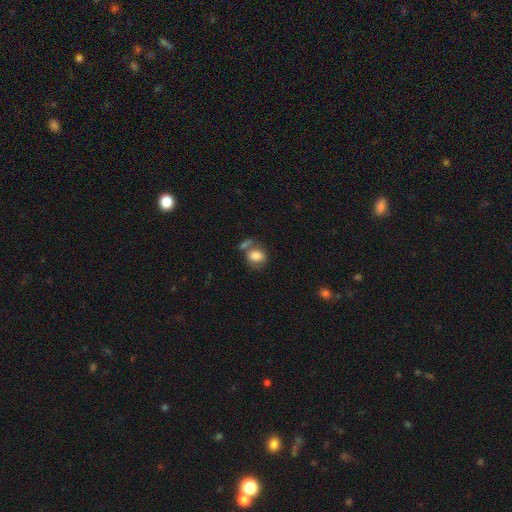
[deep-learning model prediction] A smooth galaxy with no disk features (79%) that is in between round and cigar-shaped (61%).

Vote fractions:
- Smooth or featured? smooth: 79% / featured or disk: 13% / star or artifact: 9%
- How rounded? in between: 61% / round: 37% / cigar-shaped: 2%
- Merging? none: 44% / merger: 30% / minor disturbance: 17% / major disturbance: 9%